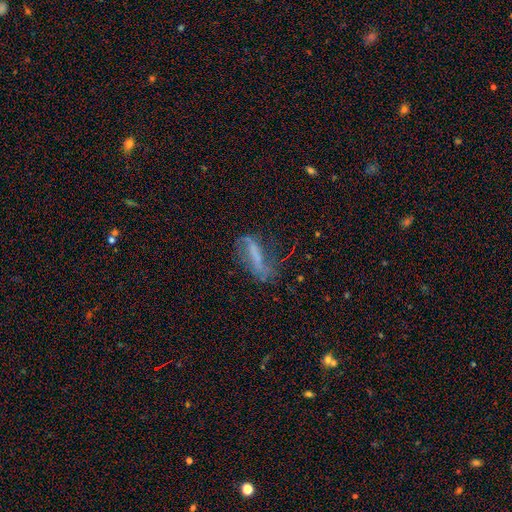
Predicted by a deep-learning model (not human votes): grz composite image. It shows a featured or disk galaxy (56%). Merging: none (44%).